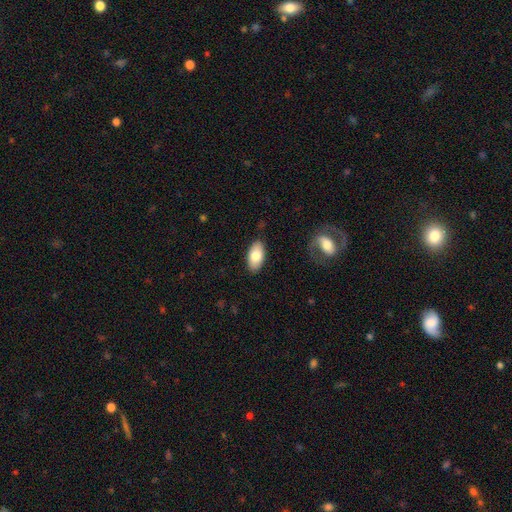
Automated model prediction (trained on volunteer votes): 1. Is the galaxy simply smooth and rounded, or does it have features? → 78% smooth, 15% featured or disk, 6% star or artifact.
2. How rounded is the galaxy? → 94% in between, 3% cigar-shaped, 3% round.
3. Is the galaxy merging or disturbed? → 86% none, 10% minor disturbance, 2% major disturbance, 1% merger.